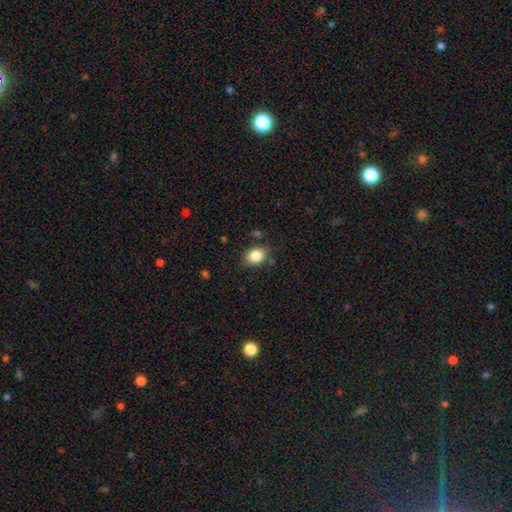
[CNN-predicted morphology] Q: Smooth or featured?
A: smooth (85%); runner-up: star or artifact (9%)
Q: How rounded?
A: in between (65%); runner-up: round (34%)
Q: Merging?
A: none (81%); runner-up: minor disturbance (13%)